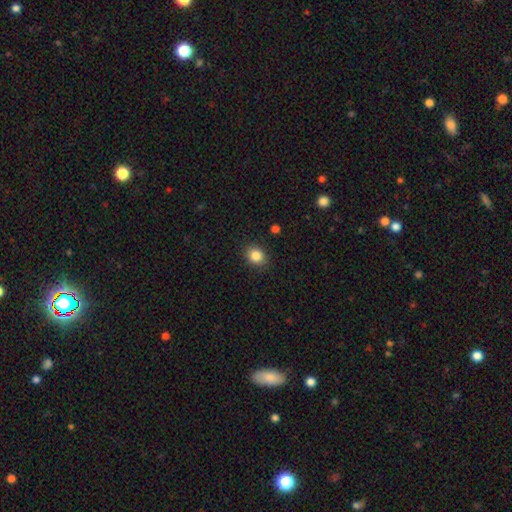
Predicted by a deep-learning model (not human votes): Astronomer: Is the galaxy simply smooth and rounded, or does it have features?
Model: smooth — 85%.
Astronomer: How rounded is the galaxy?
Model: round — 61% (runner-up: in between, 38%).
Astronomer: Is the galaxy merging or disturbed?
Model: none — 88%.